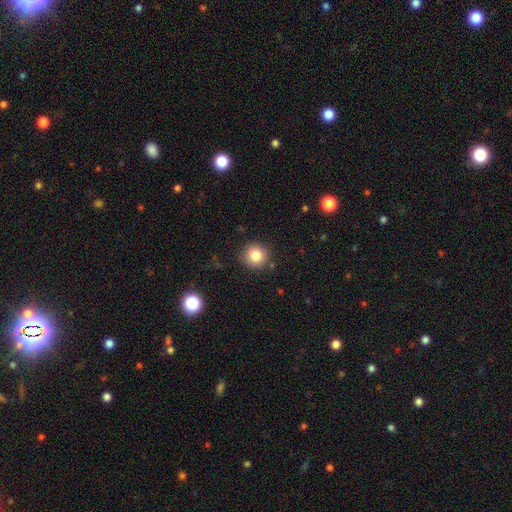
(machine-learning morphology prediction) The model was most divided on "smooth or featured": smooth: 82%, star or artifact: 11%, featured or disk: 7%. More confident: how rounded — round (93%); merging — none (88%).